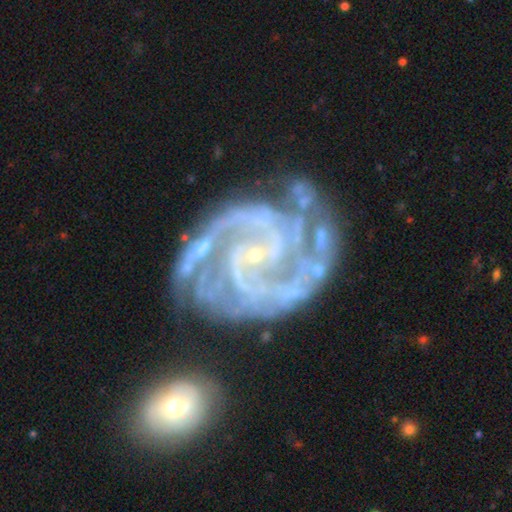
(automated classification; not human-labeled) A featured or disk galaxy (93%) with no bar (48%), 2 (50%) tight (54%) spiral arms (98%) and a small central bulge (85%). Merging: none (56%).